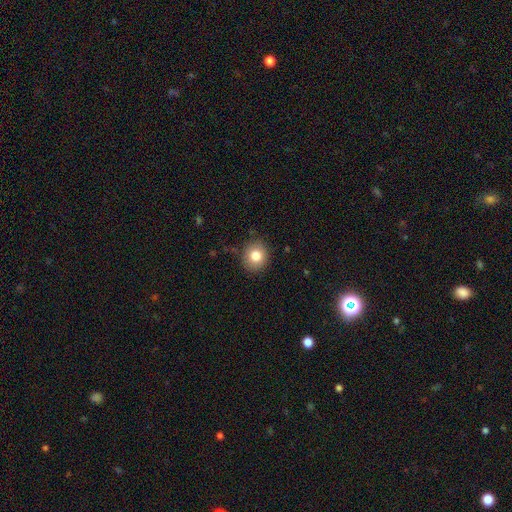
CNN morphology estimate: This is clearly a smooth galaxy (81%). How rounded: clearly round (81%). Merging: clearly none (87%).